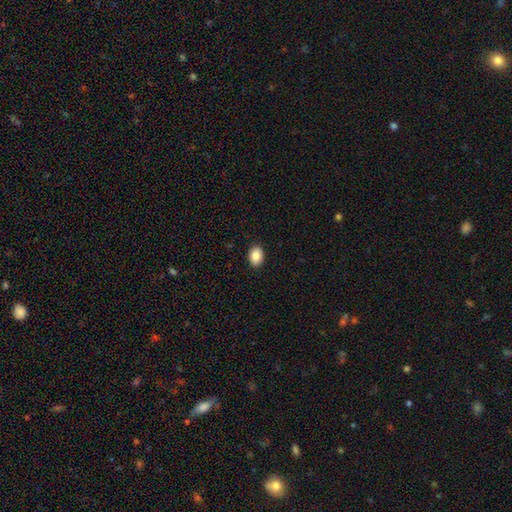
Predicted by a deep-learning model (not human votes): Smooth or featured: smooth — 87% (star or artifact — 8%)
How rounded: in between — 77% (round — 22%)
Merging: none — 91% (minor disturbance — 7%)